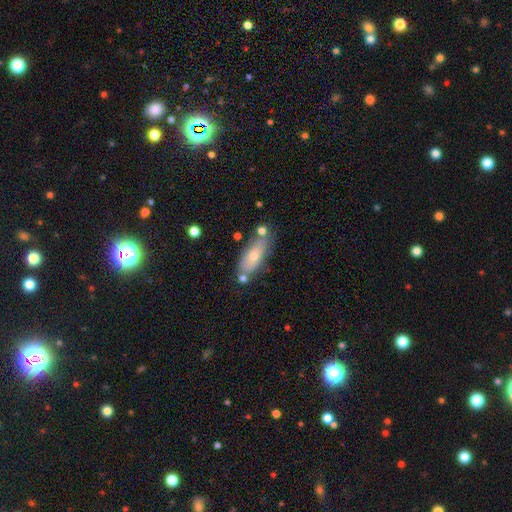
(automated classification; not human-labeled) This is marginally a smooth galaxy (42%). Merging: likely none (74%).